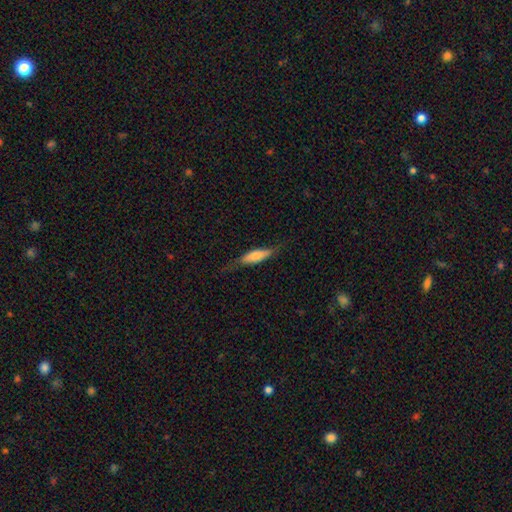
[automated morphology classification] A smooth galaxy with no disk features (61%) that is cigar-shaped (52%). Merging: none (66%).